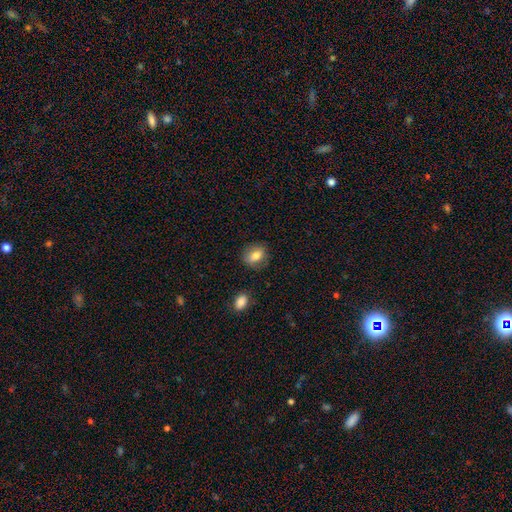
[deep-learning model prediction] A smooth galaxy with no disk features (78%) that is in between round and cigar-shaped (61%). Merging: none (80%).